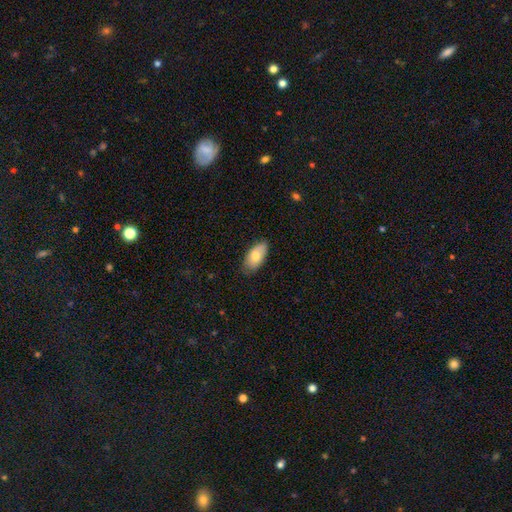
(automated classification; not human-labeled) Smooth or featured? Predicted: smooth (p=0.76). How rounded? Predicted: in between (p=0.93). Merging? Predicted: none (p=0.79).